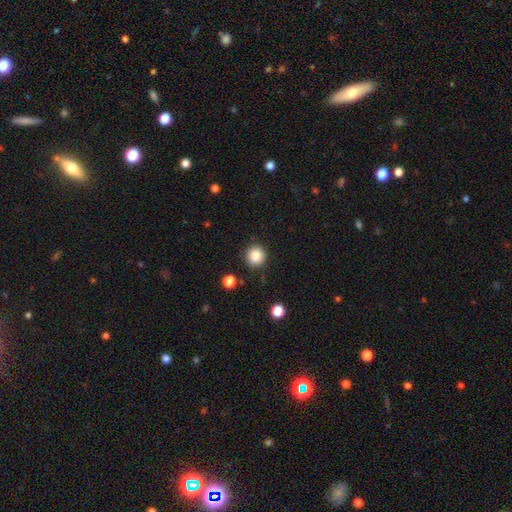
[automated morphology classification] Smooth or featured? Predicted: smooth (p=0.85). How rounded? Predicted: round (p=0.94). Merging? Predicted: none (p=0.90).